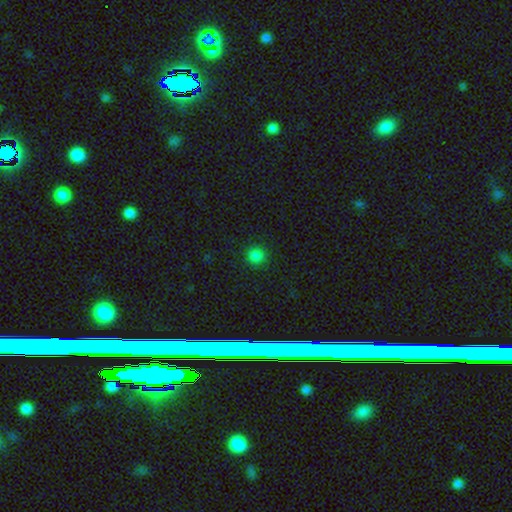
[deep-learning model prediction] Smooth or featured?
  - smooth: 84% *
  - star or artifact: 13%
  - featured or disk: 3%
How rounded?
  - round: 93% *
  - in between: 6%
  - cigar-shaped: 1%
Merging?
  - none: 90% *
  - minor disturbance: 7%
  - major disturbance: 2%
  - merger: 1%